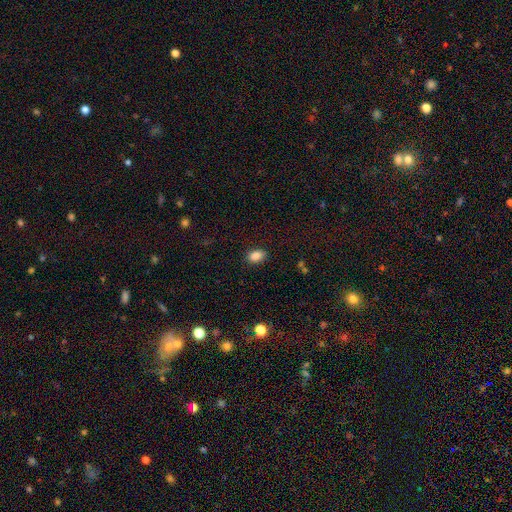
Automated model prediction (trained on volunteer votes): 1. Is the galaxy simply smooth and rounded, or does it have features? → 87% smooth, 9% star or artifact, 4% featured or disk.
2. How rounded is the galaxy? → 86% in between, 12% round, 2% cigar-shaped.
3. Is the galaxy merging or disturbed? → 86% none, 10% minor disturbance, 2% major disturbance, 1% merger.